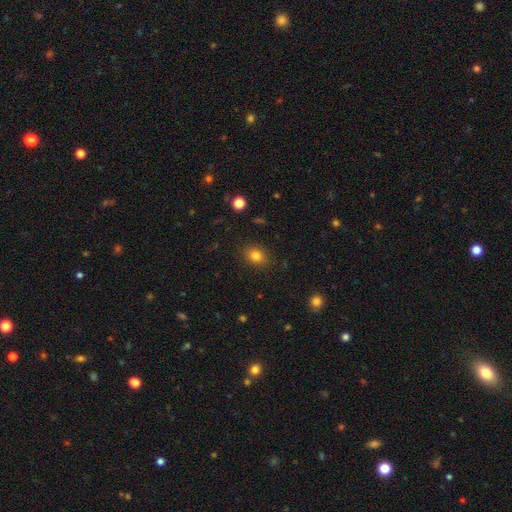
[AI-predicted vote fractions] Overall: smooth (82%). How rounded: in between (50%; round 49%). Merging: none (87%).